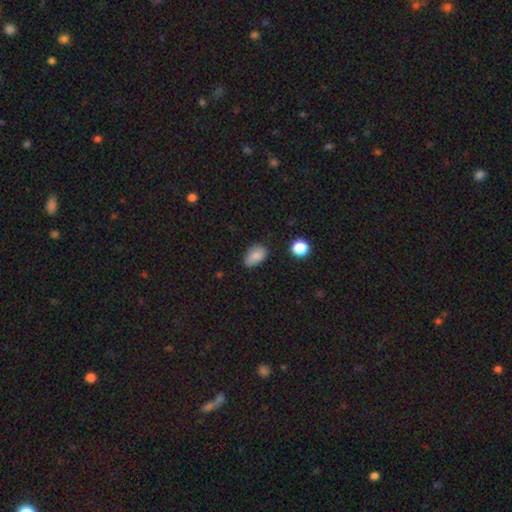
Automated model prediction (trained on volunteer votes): This appears to be a smooth galaxy with no disk features (84%) that is in between round and cigar-shaped (86%). Merging: none (66%).